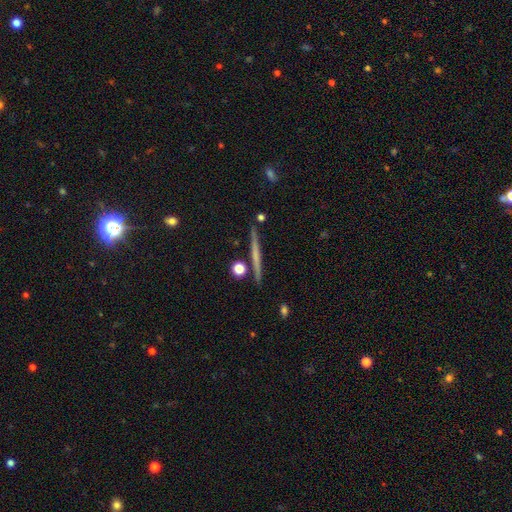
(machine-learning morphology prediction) Smooth or featured? featured or disk (55%)
Edge-on disk? yes (97%)
Edge-on bulge? none (80%)
Merging? none (89%)